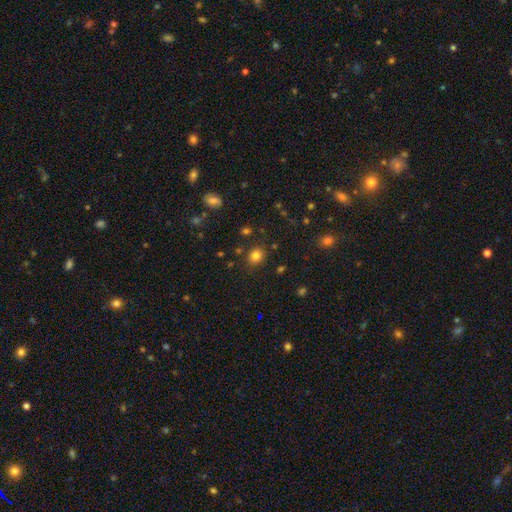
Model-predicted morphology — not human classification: Overall: smooth (81%). How rounded: round (66%; in between 33%). Merging: none (84%).